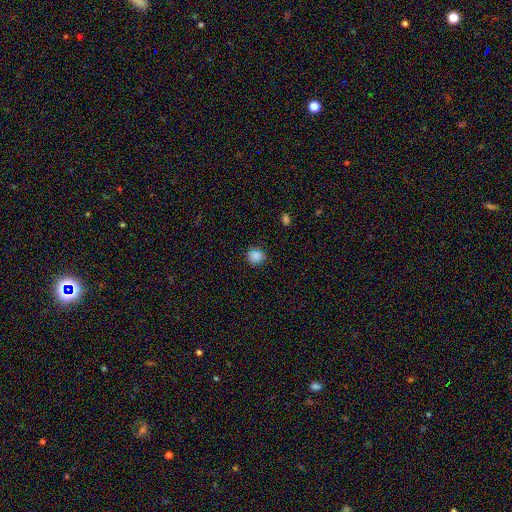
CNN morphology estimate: A smooth galaxy with no disk features (86%) that is round (87%).

Vote fractions:
- Smooth or featured? smooth: 86% / star or artifact: 11% / featured or disk: 3%
- How rounded? round: 87% / in between: 12% / cigar-shaped: 1%
- Merging? none: 86% / minor disturbance: 10% / major disturbance: 3% / merger: 1%